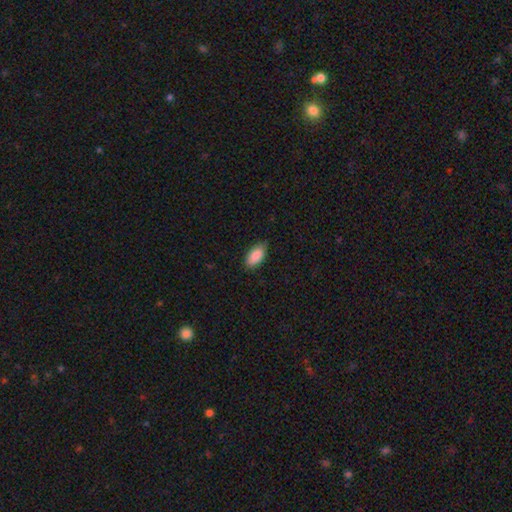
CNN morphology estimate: smooth 89%, star or artifact 6%, featured or disk 5%. Down the decision tree: how rounded — in between (92%); merging — none (80%).